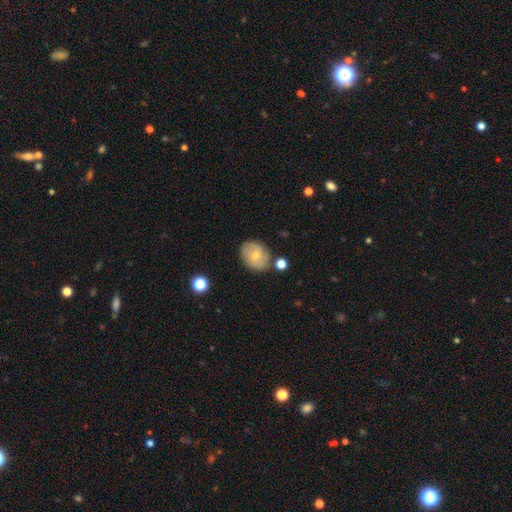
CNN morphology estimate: This appears to be a smooth galaxy with no disk features (65%) that is in between round and cigar-shaped (56%). Merging: none (74%).